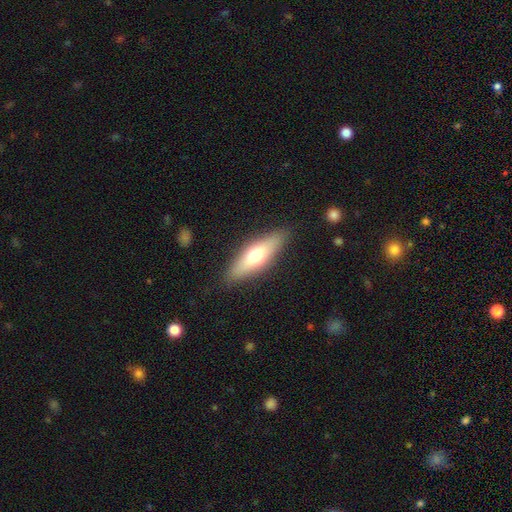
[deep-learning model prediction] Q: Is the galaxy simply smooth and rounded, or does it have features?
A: smooth — 59%.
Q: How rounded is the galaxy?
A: cigar-shaped — 53%.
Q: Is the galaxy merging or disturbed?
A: none — 86%.